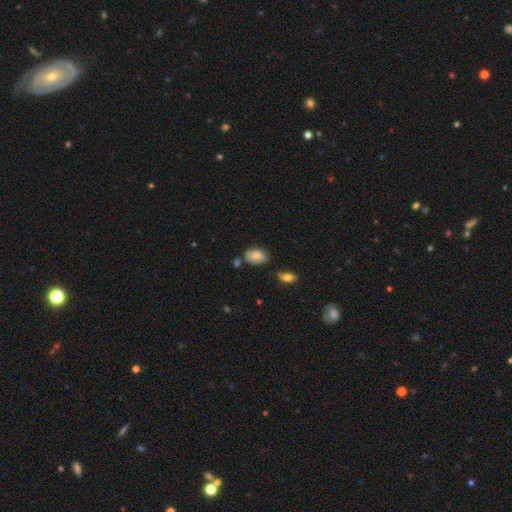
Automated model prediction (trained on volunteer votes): Overall: smooth (80%). How rounded: in between (87%). Merging: none (56%; minor disturbance 29%).